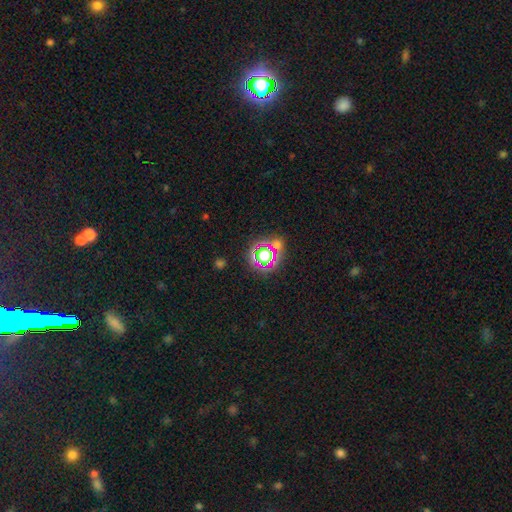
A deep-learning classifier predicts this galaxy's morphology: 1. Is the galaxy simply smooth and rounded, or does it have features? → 58% star or artifact, 31% smooth, 11% featured or disk.